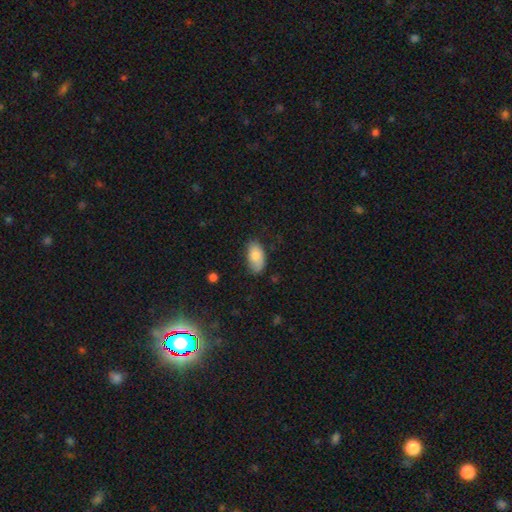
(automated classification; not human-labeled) Overall: smooth (80%). How rounded: in between (94%). Merging: none (72%).